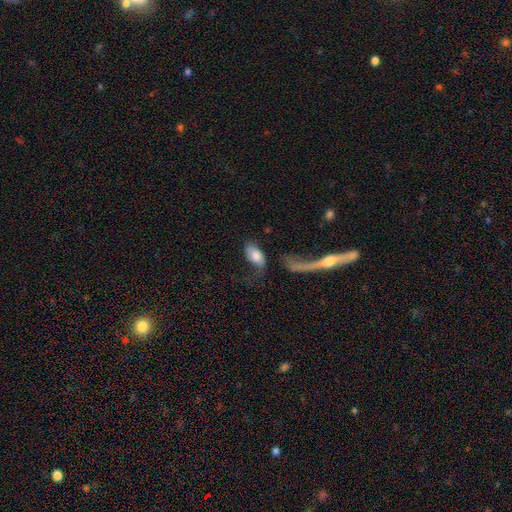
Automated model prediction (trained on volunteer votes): Overall: smooth (64%; featured or disk 29%). How rounded: in between (92%). Merging: major disturbance (36%; none 27%).